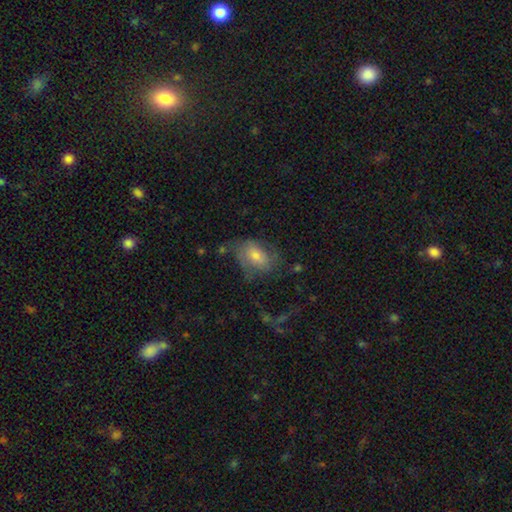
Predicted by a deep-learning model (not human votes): Smooth or featured?
  - smooth: 54% *
  - featured or disk: 37%
  - star or artifact: 9%
How rounded?
  - in between: 83% *
  - round: 15%
  - cigar-shaped: 2%
Merging?
  - none: 46% *
  - minor disturbance: 28%
  - major disturbance: 22%
  - merger: 3%